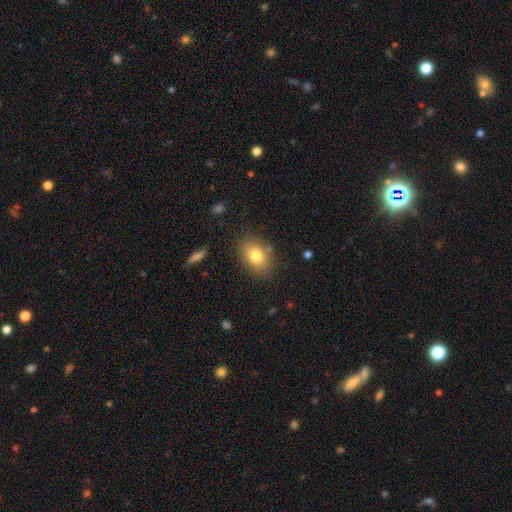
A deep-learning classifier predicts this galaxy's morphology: smooth_or_featured: smooth (p=0.79) [alt: featured or disk p=0.12]
how_rounded: in between (p=0.79) [alt: round p=0.20]
merging: none (p=0.82) [alt: minor disturbance p=0.12]